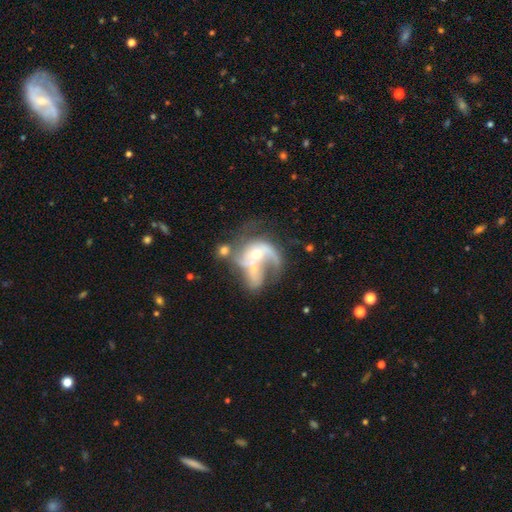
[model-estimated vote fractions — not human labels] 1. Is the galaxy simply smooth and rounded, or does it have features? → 73% featured or disk, 19% smooth, 9% star or artifact.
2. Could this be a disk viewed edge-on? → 97% no, 3% yes.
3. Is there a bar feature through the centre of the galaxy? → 65% no, 26% weak, 9% strong.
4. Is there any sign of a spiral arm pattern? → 74% yes, 26% no.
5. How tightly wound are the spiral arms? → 58% loose, 32% medium, 10% tight.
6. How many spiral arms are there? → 42% 1, 32% 2, 14% can't tell, 8% 3, 2% 4, 2% more than 4.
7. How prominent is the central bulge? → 47% moderate, 40% small, 7% none, 5% large, 2% dominant.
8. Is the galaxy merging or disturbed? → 42% merger, 31% major disturbance, 17% none, 10% minor disturbance.